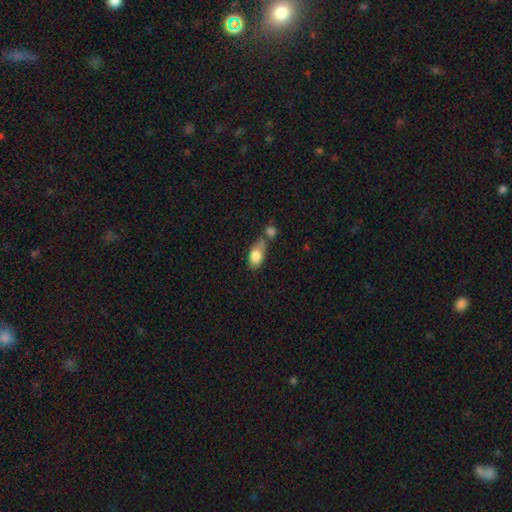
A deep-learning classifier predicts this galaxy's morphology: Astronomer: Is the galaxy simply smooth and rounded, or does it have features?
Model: smooth — 81%.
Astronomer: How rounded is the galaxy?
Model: in between — 86%.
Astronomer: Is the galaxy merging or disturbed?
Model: merger — 42% (runner-up: none, 31%).